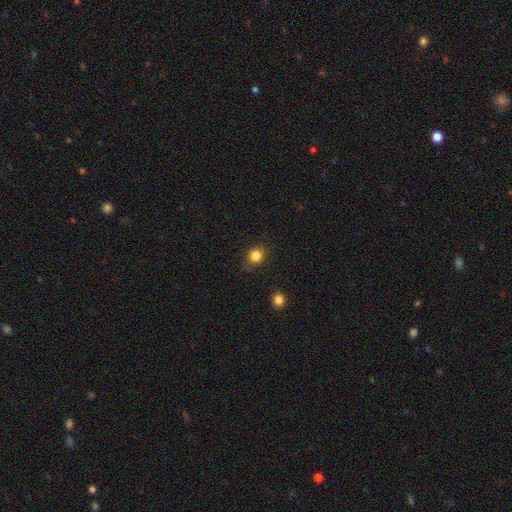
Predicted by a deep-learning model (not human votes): This is clearly a smooth galaxy (83%). How rounded: likely round (76%). Merging: likely none (80%).